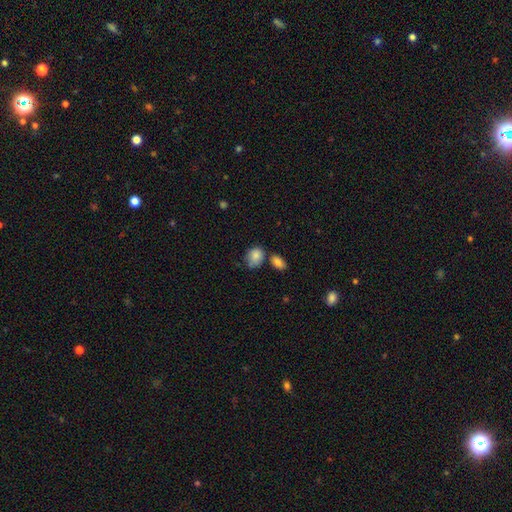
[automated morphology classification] This appears to be a smooth galaxy with no disk features (84%) that is in between round and cigar-shaped (58%). Merging: none (46%).